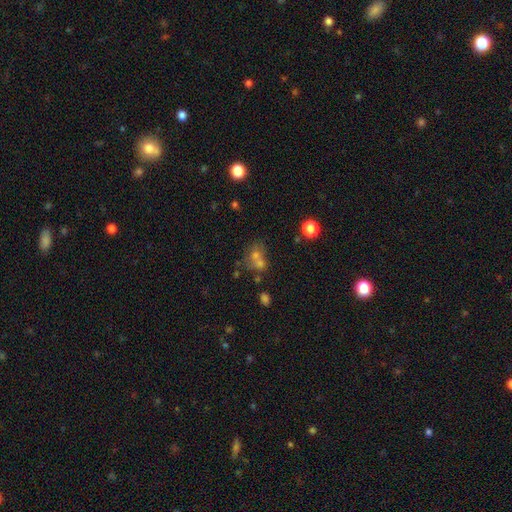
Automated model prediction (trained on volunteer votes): The model was most divided on "merging": merger: 53%, none: 33%, minor disturbance: 9%, major disturbance: 6%. More confident: how rounded — round (63%); smooth or featured — smooth (54%).